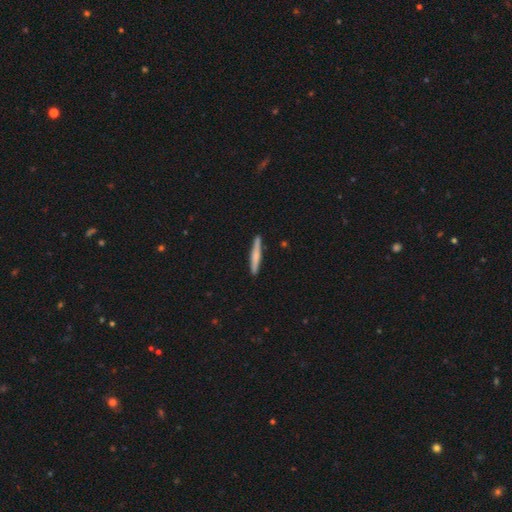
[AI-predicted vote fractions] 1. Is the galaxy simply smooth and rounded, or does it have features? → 61% smooth, 34% featured or disk, 5% star or artifact.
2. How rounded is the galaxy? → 95% cigar-shaped, 3% in between, 1% round.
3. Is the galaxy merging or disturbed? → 90% none, 7% minor disturbance, 1% major disturbance, 1% merger.